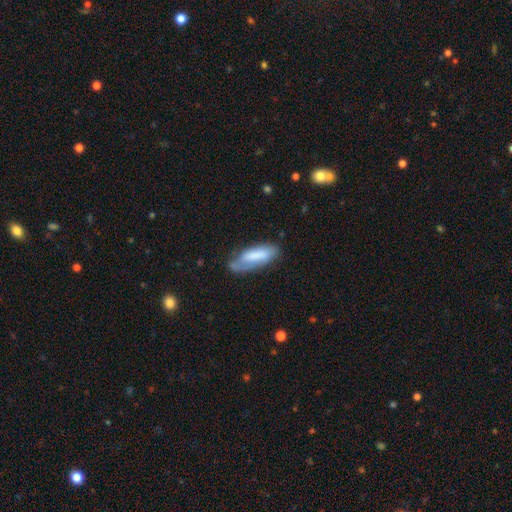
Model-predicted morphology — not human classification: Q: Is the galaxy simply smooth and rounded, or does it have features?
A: smooth — 70%.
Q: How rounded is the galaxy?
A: in between — 59%.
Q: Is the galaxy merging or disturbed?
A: none — 49%.